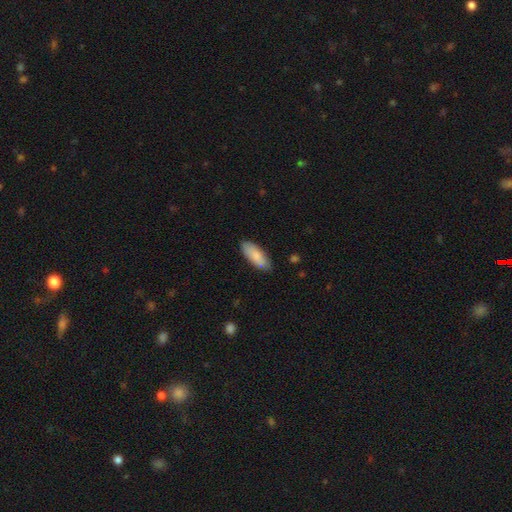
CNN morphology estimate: Q: Smooth or featured?
A: smooth (84%); runner-up: featured or disk (10%)
Q: How rounded?
A: in between (77%); runner-up: cigar-shaped (21%)
Q: Merging?
A: none (81%); runner-up: minor disturbance (15%)